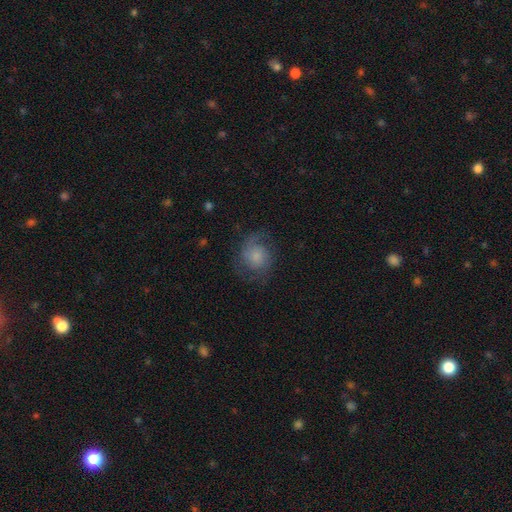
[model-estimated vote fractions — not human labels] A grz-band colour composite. It shows a featured or disk galaxy (49%). Merging: none (65%).